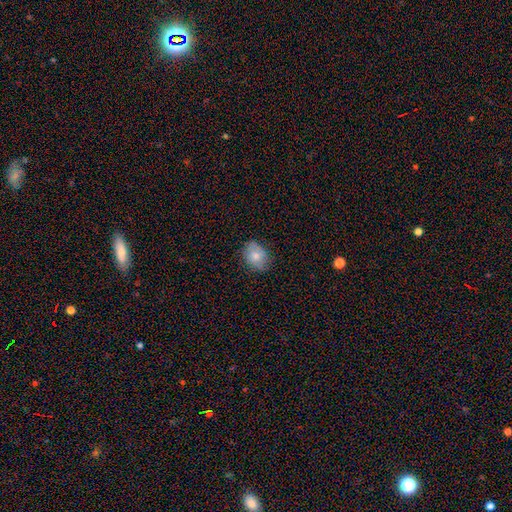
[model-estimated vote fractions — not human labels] Smooth or featured? Predicted: smooth (p=0.74). How rounded? Predicted: in between (p=0.66). Merging? Predicted: none (p=0.79).